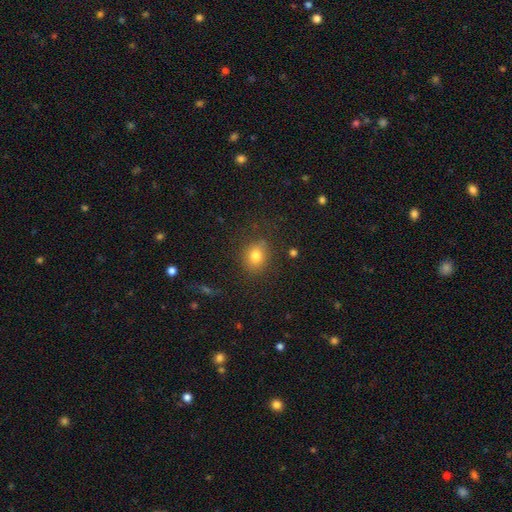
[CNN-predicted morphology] type=smooth (79%); roundness=round (64%); merging=none (82%).